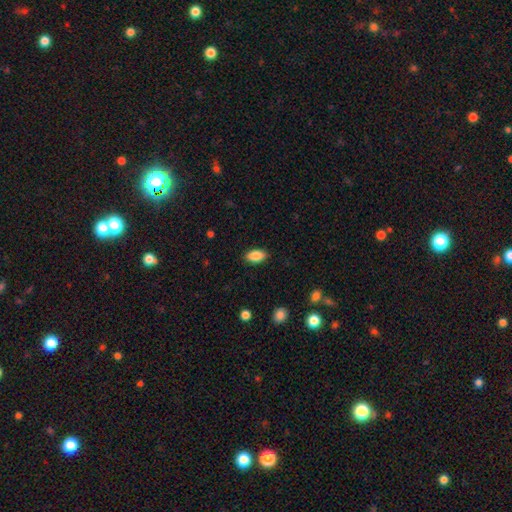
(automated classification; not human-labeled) Morphology: type=smooth (88%); roundness=in between (92%); merging=none (88%).